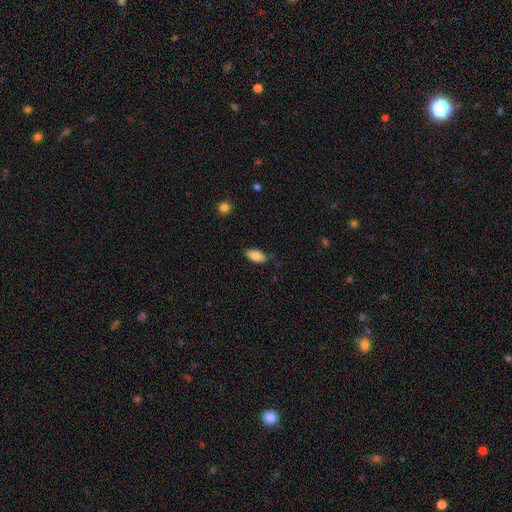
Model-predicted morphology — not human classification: smooth_or_featured: smooth (p=0.85) [alt: featured or disk p=0.08]
how_rounded: in between (p=0.92) [alt: cigar-shaped p=0.05]
merging: none (p=0.81) [alt: minor disturbance p=0.15]